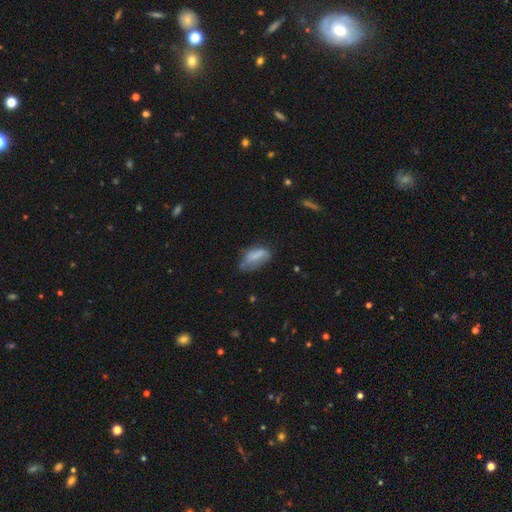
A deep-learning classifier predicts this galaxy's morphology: A smooth galaxy with no disk features (71%) that is in between round and cigar-shaped (84%). Merging: none (39%).